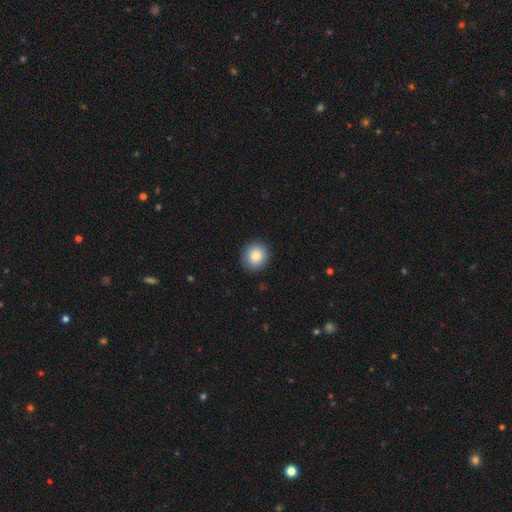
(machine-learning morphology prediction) This appears to be a smooth galaxy with no disk features (83%) that is round (88%). Merging: none (90%).